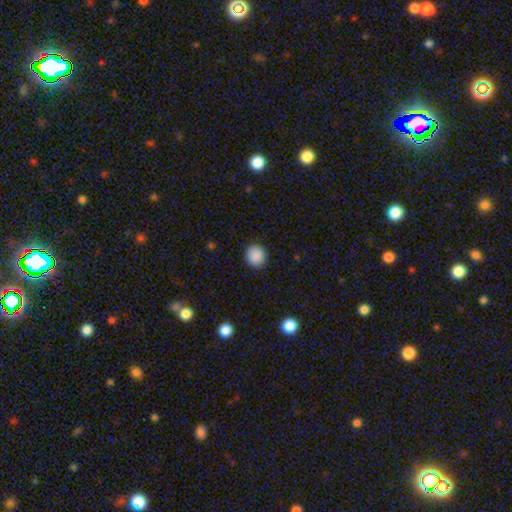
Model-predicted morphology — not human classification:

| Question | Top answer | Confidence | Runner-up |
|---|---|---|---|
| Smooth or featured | smooth | 89% | star or artifact (8%) |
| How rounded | round | 91% | in between (8%) |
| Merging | none | 92% | minor disturbance (5%) |